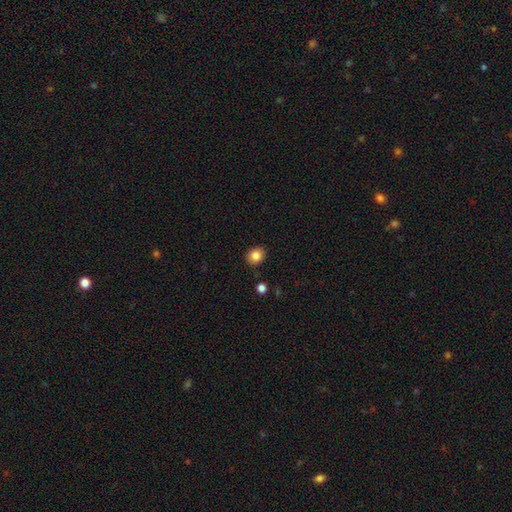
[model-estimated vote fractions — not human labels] Smooth or featured: smooth — 85% (star or artifact — 10%)
How rounded: round — 65% (in between — 34%)
Merging: none — 87% (minor disturbance — 9%)